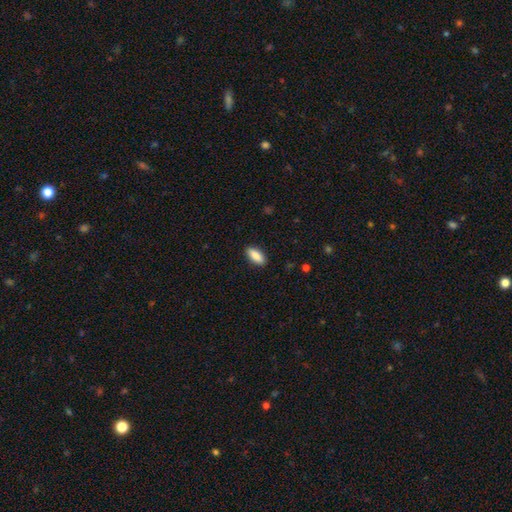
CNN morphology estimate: This is clearly a smooth galaxy (88%). How rounded: clearly in between (84%). Merging: clearly none (89%).